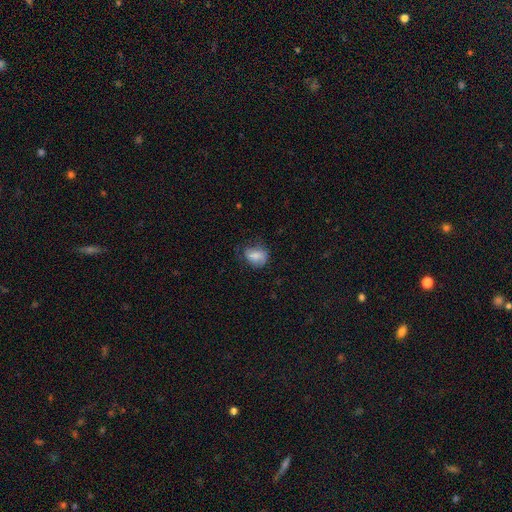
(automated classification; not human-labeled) This appears to be a smooth galaxy with no disk features (71%) that is in between round and cigar-shaped (64%). Merging: none (54%).